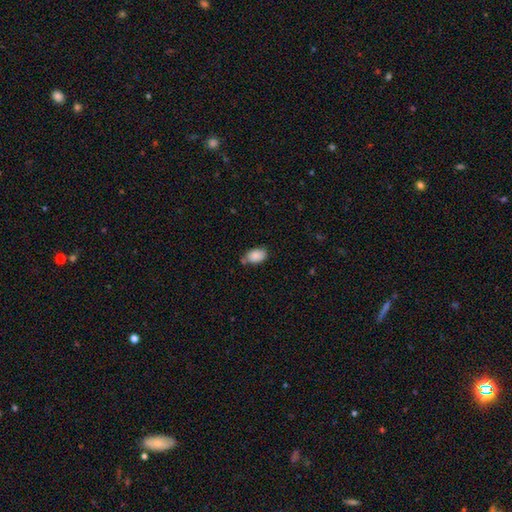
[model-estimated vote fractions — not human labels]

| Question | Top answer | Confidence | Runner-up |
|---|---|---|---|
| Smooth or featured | smooth | 87% | star or artifact (7%) |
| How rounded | in between | 89% | round (10%) |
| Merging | none | 61% | minor disturbance (23%) |